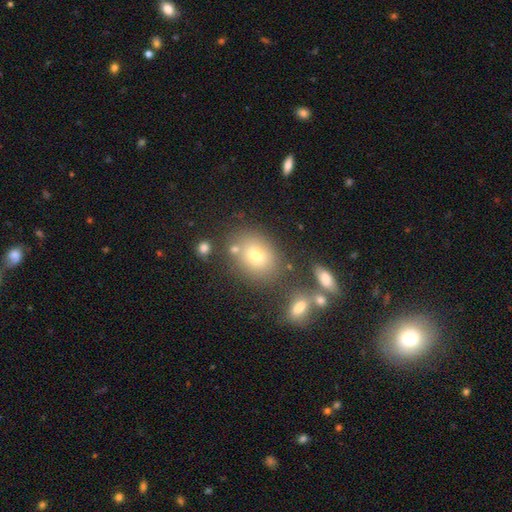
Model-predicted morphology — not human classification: Smooth or featured: smooth — 71% (featured or disk — 15%)
How rounded: in between — 51% (round — 47%)
Merging: none — 68% (merger — 13%)